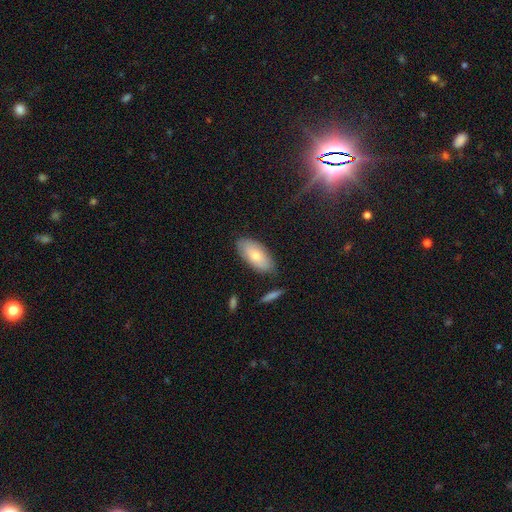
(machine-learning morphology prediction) The model was most divided on "smooth or featured": smooth: 73%, featured or disk: 21%, star or artifact: 6%. More confident: how rounded — in between (91%); merging — none (80%).